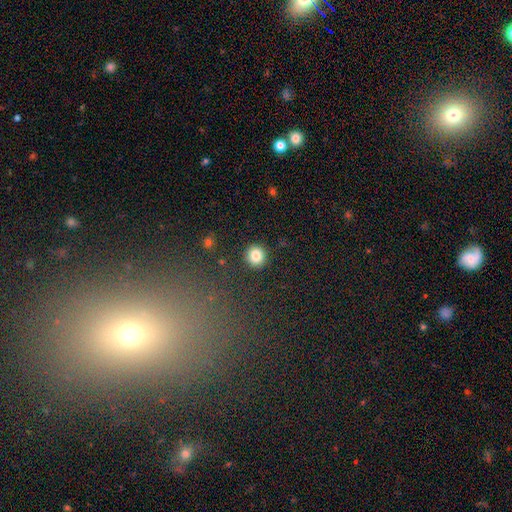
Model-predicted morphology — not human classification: This appears to be a smooth galaxy with no disk features (84%) that is round (94%). Merging: none (91%).